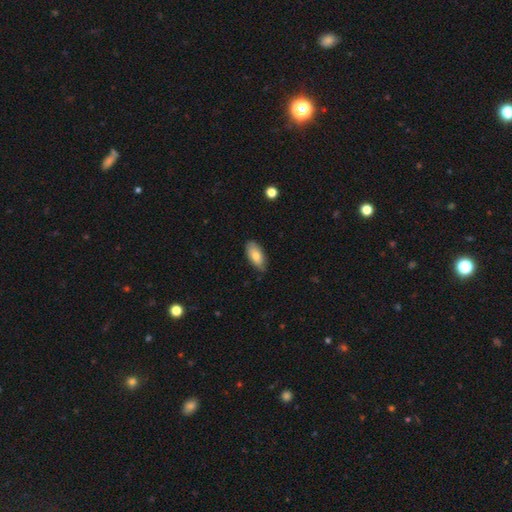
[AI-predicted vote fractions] smooth_or_featured: smooth (p=0.78) [alt: featured or disk p=0.16]
how_rounded: in between (p=0.90) [alt: cigar-shaped p=0.08]
merging: none (p=0.77) [alt: minor disturbance p=0.19]